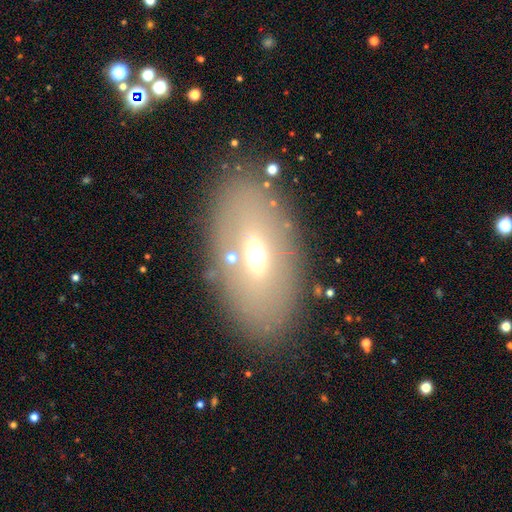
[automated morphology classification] Smooth or featured? Predicted: smooth (p=0.54). How rounded? Predicted: in between (p=0.89). Merging? Predicted: none (p=0.81).